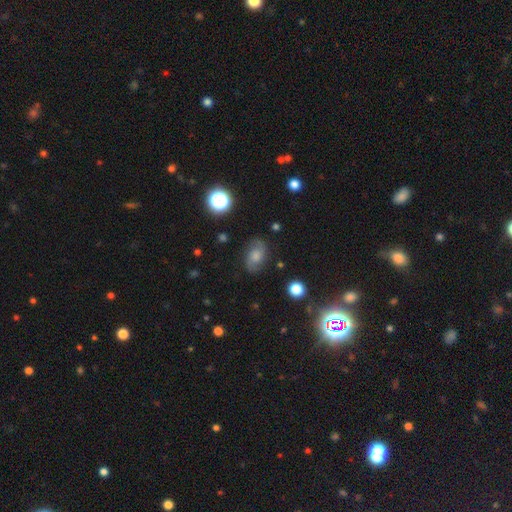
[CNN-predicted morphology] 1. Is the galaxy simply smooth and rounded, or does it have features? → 53% featured or disk, 35% smooth, 12% star or artifact.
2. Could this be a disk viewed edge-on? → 95% no, 5% yes.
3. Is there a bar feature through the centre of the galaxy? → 66% no, 30% weak, 5% strong.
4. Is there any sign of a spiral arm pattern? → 88% yes, 12% no.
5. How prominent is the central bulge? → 40% moderate, 26% small, 17% large, 14% none, 3% dominant.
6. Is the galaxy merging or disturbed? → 77% none, 16% minor disturbance, 6% major disturbance, 2% merger.